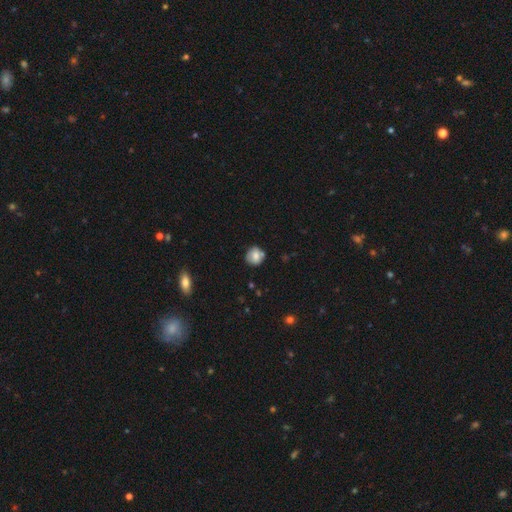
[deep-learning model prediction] The model was most divided on "smooth or featured": smooth: 74%, featured or disk: 18%, star or artifact: 9%. More confident: how rounded — round (83%); merging — none (73%).